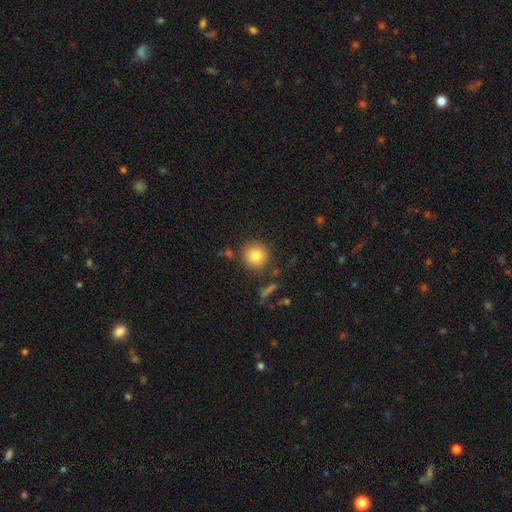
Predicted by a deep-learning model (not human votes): A smooth galaxy with no disk features (83%) that is round (94%). Merging: none (84%).